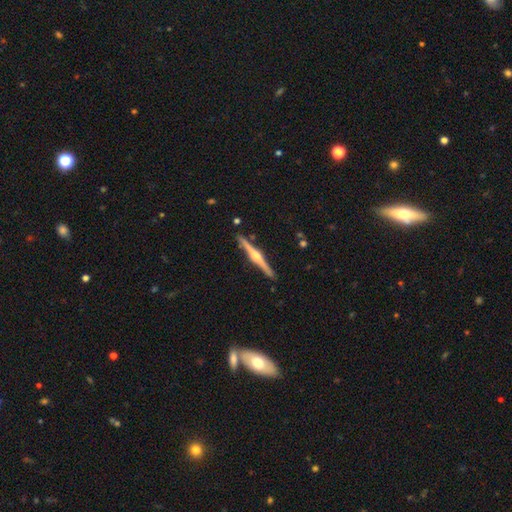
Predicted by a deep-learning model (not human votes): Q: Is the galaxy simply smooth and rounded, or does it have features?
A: featured or disk — 80%.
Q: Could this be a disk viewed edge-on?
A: yes — 98%.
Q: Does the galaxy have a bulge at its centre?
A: rounded — 89%.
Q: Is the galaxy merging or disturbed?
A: none — 90%.